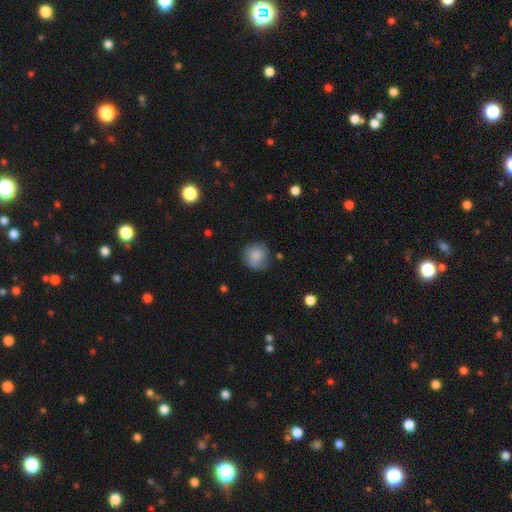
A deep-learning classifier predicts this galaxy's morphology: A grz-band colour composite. It shows a smooth galaxy with no disk features (80%) that is round (89%). Merging: none (72%).